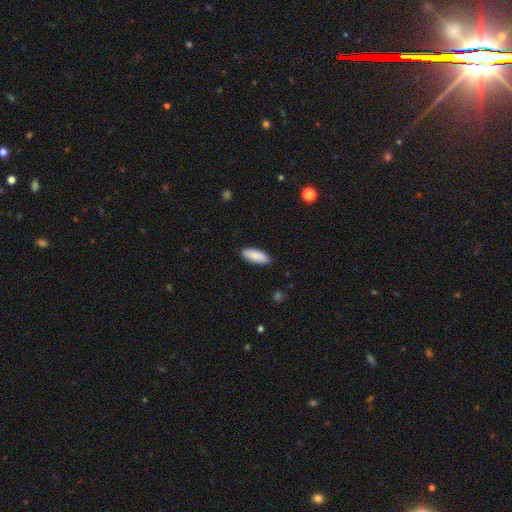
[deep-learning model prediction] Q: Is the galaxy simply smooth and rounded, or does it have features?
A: smooth — 88%.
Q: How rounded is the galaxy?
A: in between — 77%.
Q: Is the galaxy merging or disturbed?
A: none — 88%.